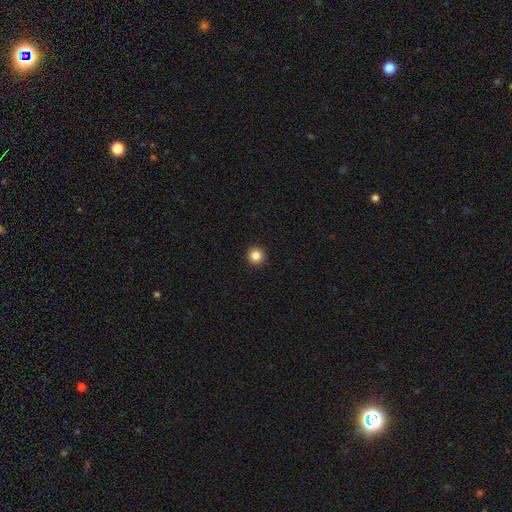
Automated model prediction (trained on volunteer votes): smooth-or-featured: smooth: 86% | star or artifact: 10% | featured or disk: 4%
  how-rounded: round: 96% | in between: 3% | cigar-shaped: 1%
  merging: none: 94% | minor disturbance: 4% | major disturbance: 1% | merger: 1%